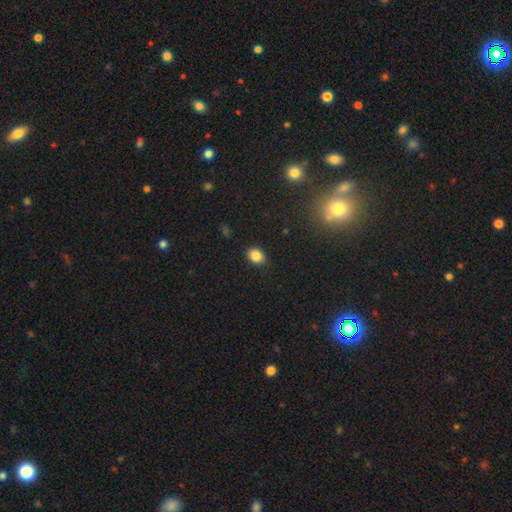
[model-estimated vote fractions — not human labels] A smooth galaxy with no disk features (86%) that is in between round and cigar-shaped (64%). Merging: none (87%).